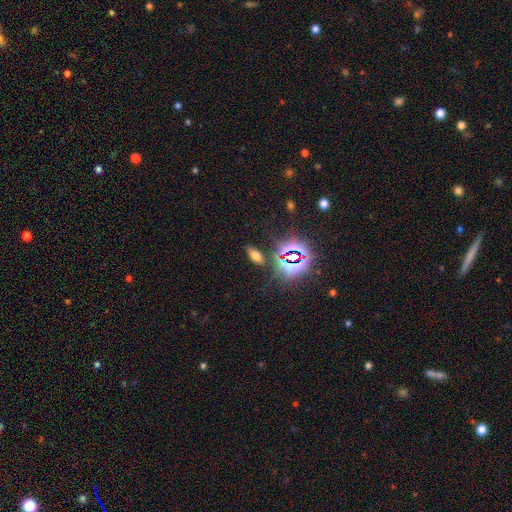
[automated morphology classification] A smooth galaxy with no disk features (55%) that is in between round and cigar-shaped (80%). Merging: none (81%).